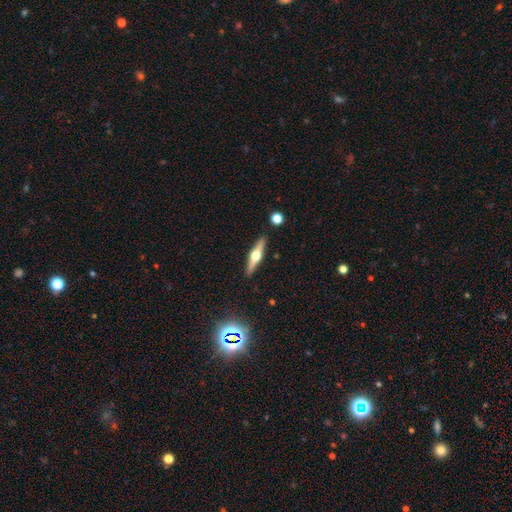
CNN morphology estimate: This appears to be a featured or disk galaxy (70%) viewed edge-on (97%) with a rounded central bulge (96%). Merging: none (90%).